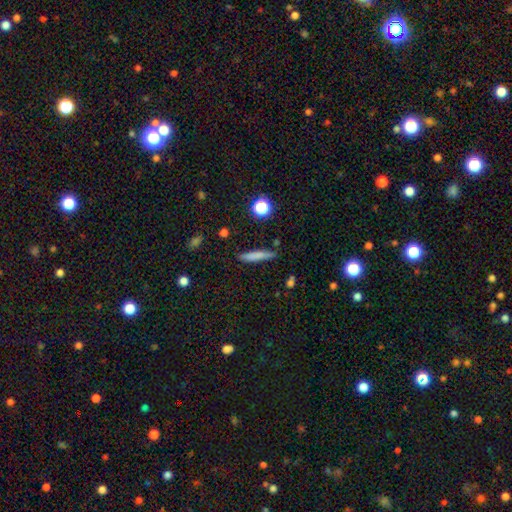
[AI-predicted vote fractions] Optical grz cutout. It shows a smooth galaxy with no disk features (74%) that is cigar-shaped (90%). Merging: none (83%).